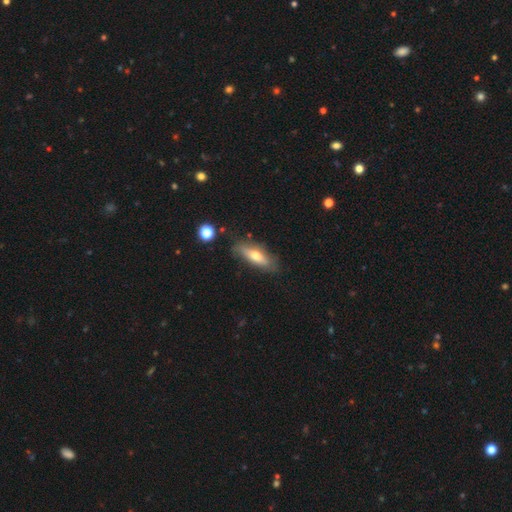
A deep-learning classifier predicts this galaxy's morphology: type=smooth (60%); roundness=in between (53%); merging=none (75%).